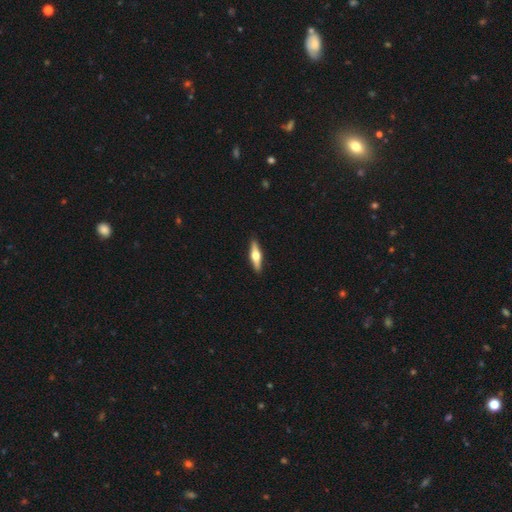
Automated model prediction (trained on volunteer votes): smooth-or-featured: featured or disk: 58% | smooth: 37% | star or artifact: 5%
  disk-edge-on: yes: 95% | no: 5%
    edge-on-bulge: rounded: 95% | boxy: 3% | none: 2%
  merging: none: 91% | minor disturbance: 7% | major disturbance: 1% | merger: 1%